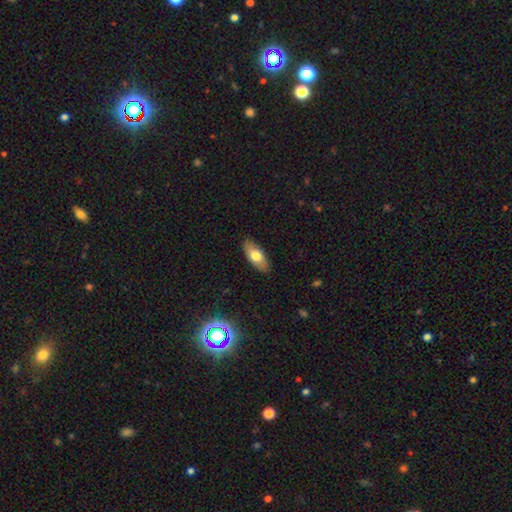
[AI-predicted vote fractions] Smooth or featured: smooth — 71% (featured or disk — 23%)
How rounded: in between — 83% (cigar-shaped — 14%)
Merging: none — 87% (minor disturbance — 10%)